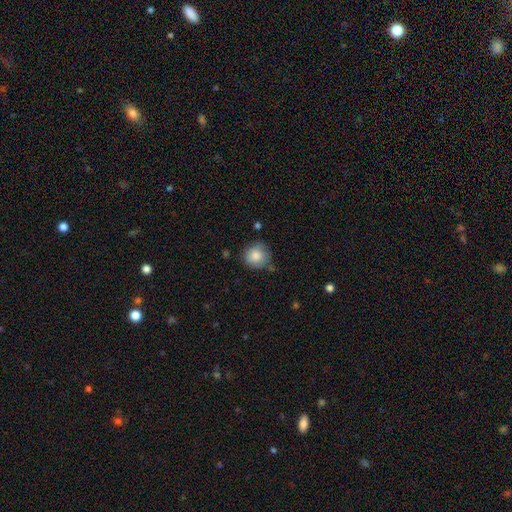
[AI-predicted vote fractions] Smooth or featured?
  - smooth: 85% *
  - star or artifact: 8%
  - featured or disk: 7%
How rounded?
  - round: 90% *
  - in between: 10%
  - cigar-shaped: 1%
Merging?
  - none: 73% *
  - minor disturbance: 20%
  - major disturbance: 4%
  - merger: 4%